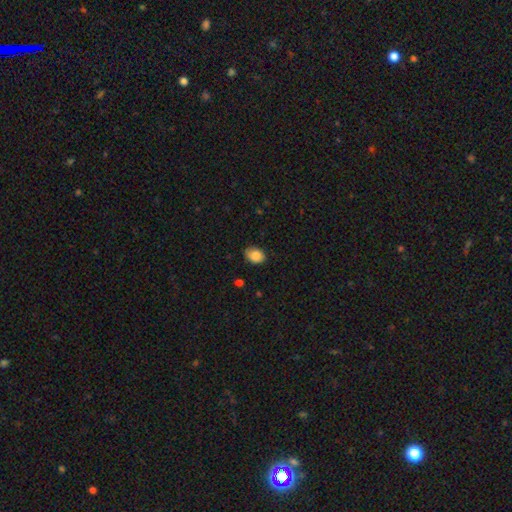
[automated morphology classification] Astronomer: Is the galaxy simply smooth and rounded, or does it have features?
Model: smooth — 85%.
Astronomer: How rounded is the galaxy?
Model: in between — 73%.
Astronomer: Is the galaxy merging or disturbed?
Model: none — 82%.